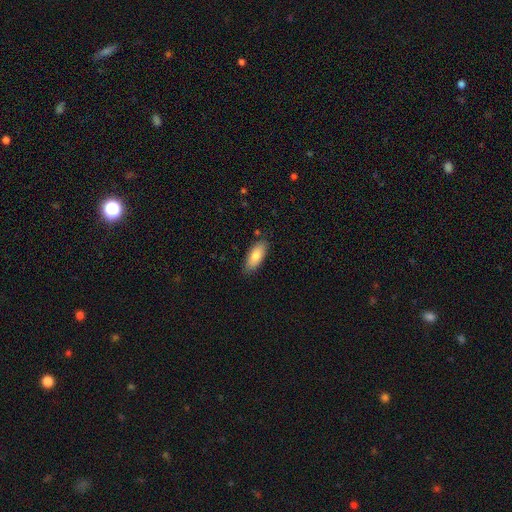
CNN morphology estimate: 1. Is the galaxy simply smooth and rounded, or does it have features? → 80% smooth, 14% featured or disk, 6% star or artifact.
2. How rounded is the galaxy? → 82% in between, 16% cigar-shaped, 2% round.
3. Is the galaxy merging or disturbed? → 84% none, 13% minor disturbance, 2% major disturbance, 2% merger.